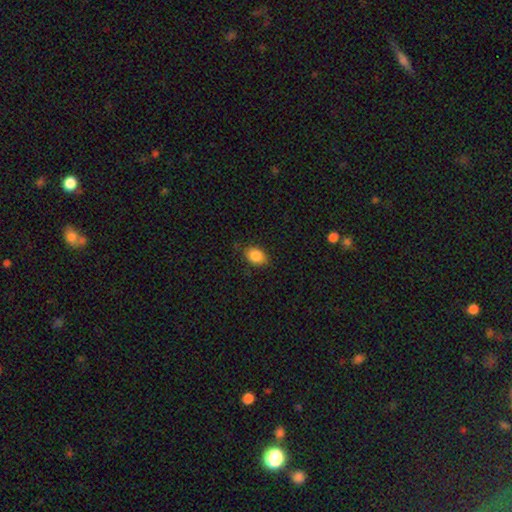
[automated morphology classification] The model was most divided on "how rounded": in between: 78%, round: 21%, cigar-shaped: 1%. More confident: smooth or featured — smooth (87%); merging — none (80%).